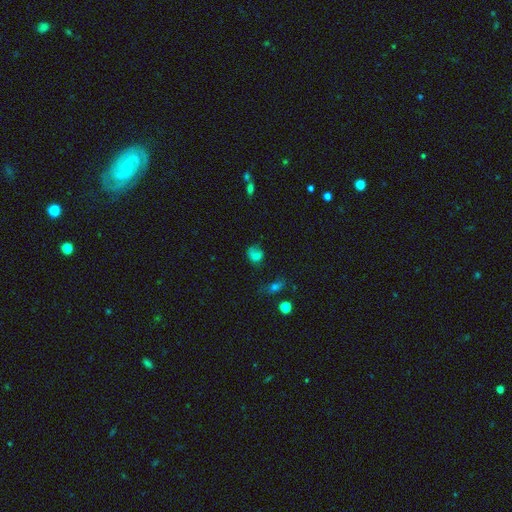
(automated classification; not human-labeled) smooth 66%, star or artifact 18%, featured or disk 16%. Down the decision tree: how rounded — round (52%); merging — none (43%).